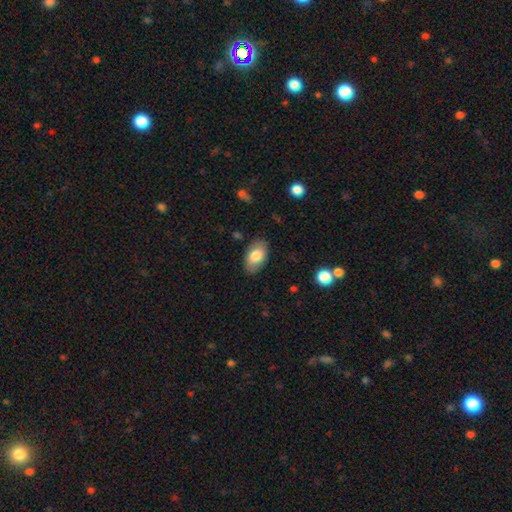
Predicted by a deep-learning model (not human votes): A smooth galaxy with no disk features (78%) that is in between round and cigar-shaped (94%).

Vote fractions:
- Smooth or featured? smooth: 78% / featured or disk: 15% / star or artifact: 6%
- How rounded? in between: 94% / round: 5% / cigar-shaped: 1%
- Merging? none: 84% / minor disturbance: 12% / major disturbance: 3% / merger: 1%